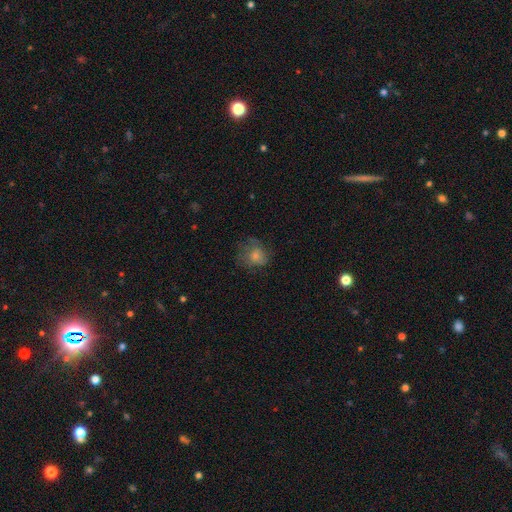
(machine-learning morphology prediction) smooth 68%, featured or disk 21%, star or artifact 11%. Down the decision tree: how rounded — round (70%); merging — none (53%).